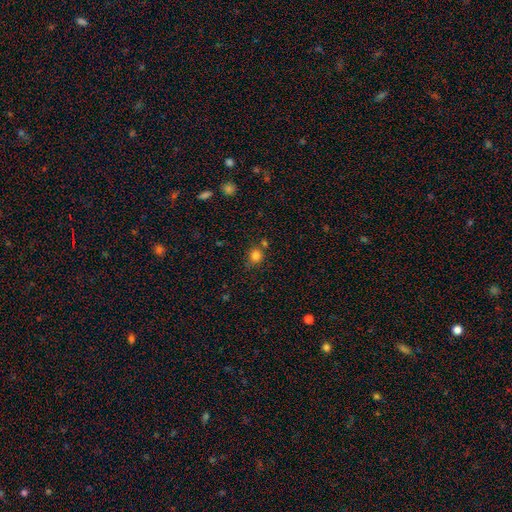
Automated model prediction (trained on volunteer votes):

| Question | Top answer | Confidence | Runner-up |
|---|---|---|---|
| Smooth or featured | smooth | 82% | star or artifact (13%) |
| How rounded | round | 84% | in between (15%) |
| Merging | none | 71% | minor disturbance (13%) |